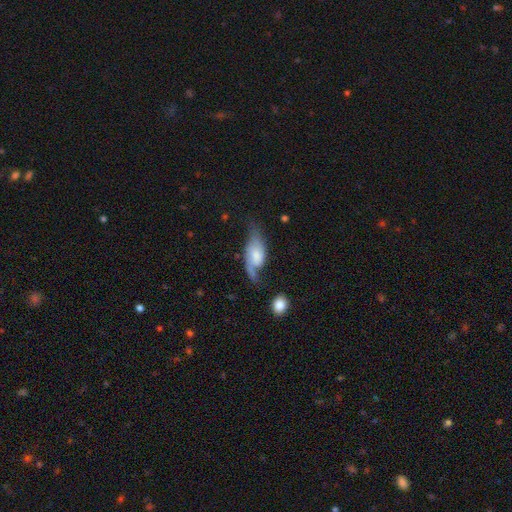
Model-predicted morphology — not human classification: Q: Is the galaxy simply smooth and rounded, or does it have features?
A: featured or disk — 56%.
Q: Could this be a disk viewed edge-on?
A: no — 89%.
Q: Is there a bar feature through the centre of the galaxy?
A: no — 62%.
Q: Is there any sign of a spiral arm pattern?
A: yes — 83%.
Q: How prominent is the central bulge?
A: moderate — 33%.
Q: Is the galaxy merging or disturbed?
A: none — 36%.